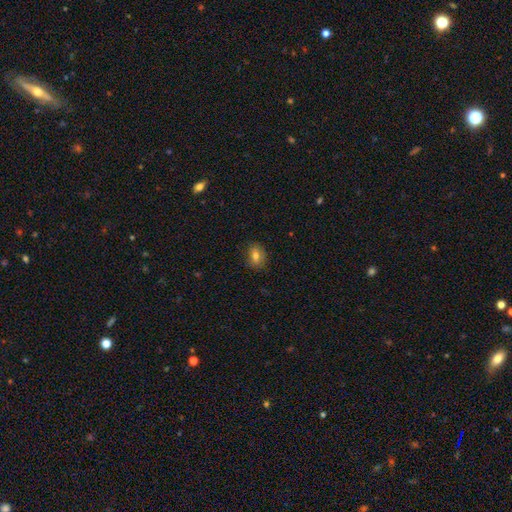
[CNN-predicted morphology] A smooth galaxy with no disk features (75%) that is in between round and cigar-shaped (66%).

Vote fractions:
- Smooth or featured? smooth: 75% / featured or disk: 13% / star or artifact: 11%
- How rounded? in between: 66% / round: 32% / cigar-shaped: 2%
- Merging? none: 81% / minor disturbance: 14% / major disturbance: 3% / merger: 1%